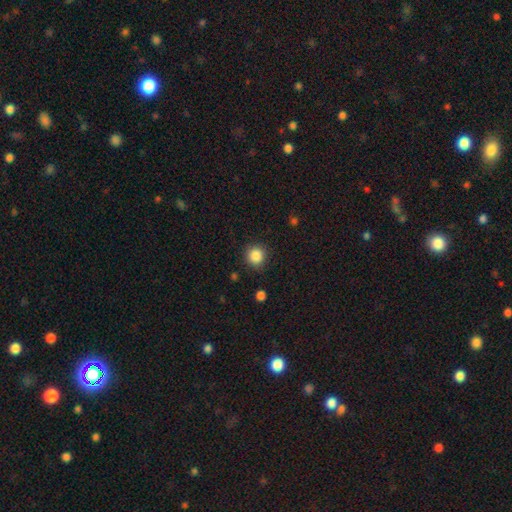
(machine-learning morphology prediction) A smooth galaxy with no disk features (86%) that is round (92%). Merging: none (88%).